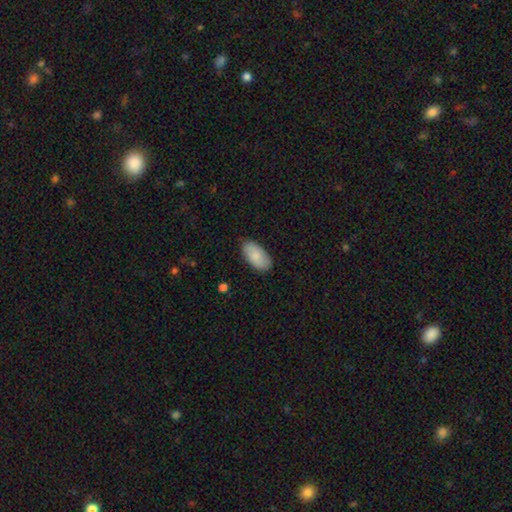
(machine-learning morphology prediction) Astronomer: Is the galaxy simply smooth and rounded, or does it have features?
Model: smooth — 83%.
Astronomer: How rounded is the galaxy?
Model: in between — 95%.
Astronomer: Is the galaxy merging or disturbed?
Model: none — 85%.